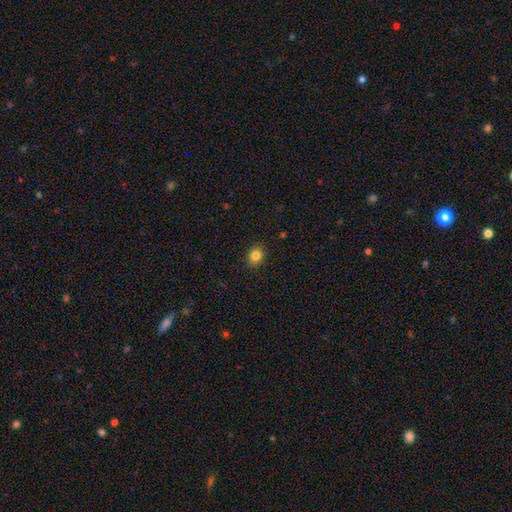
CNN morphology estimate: The model was most divided on "how rounded": round: 66%, in between: 34%, cigar-shaped: 1%. More confident: merging — none (89%); smooth or featured — smooth (84%).